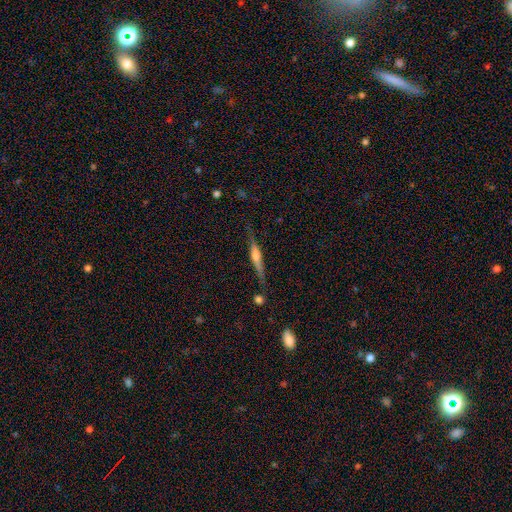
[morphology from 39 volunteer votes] Volunteers were most divided on "merging": none: 69%, minor disturbance: 19%, major disturbance: 8%, merger: 3%. More confident: edge-on disk — yes (97%); edge-on bulge — rounded (93%); smooth or featured — featured or disk (77%).